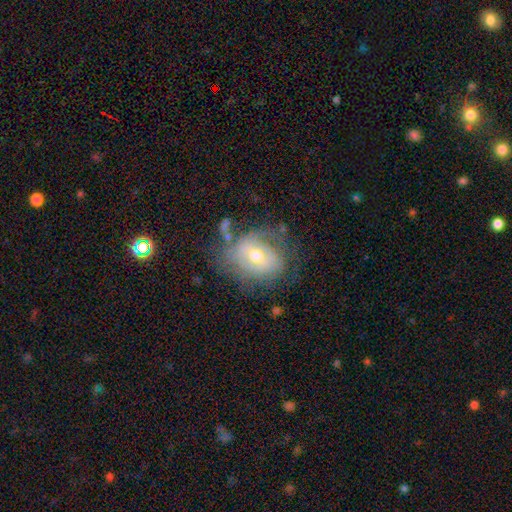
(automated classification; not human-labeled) smooth-or-featured: featured or disk: 54% | smooth: 37% | star or artifact: 9%
  disk-edge-on: no: 95% | yes: 5%
    bar: no: 57% | weak: 33% | strong: 10%
    has-spiral-arms: yes: 54% | no: 46%
    bulge-size: moderate: 72% | small: 20% | large: 6% | none: 1% | dominant: 1%
  merging: none: 52% | minor disturbance: 26% | major disturbance: 18% | merger: 4%